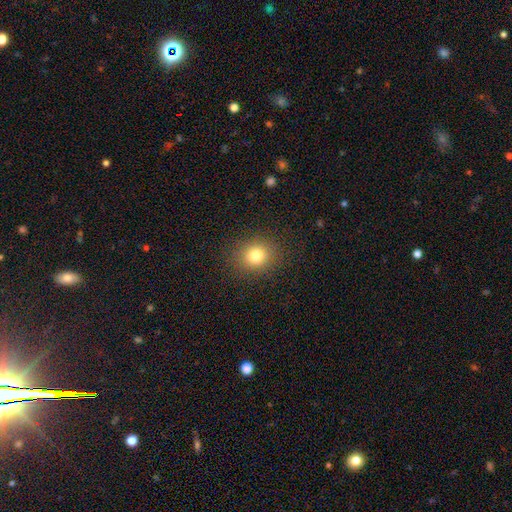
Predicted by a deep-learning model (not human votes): Smooth or featured? Predicted: smooth (p=0.78). How rounded? Predicted: round (p=0.79). Merging? Predicted: none (p=0.89).